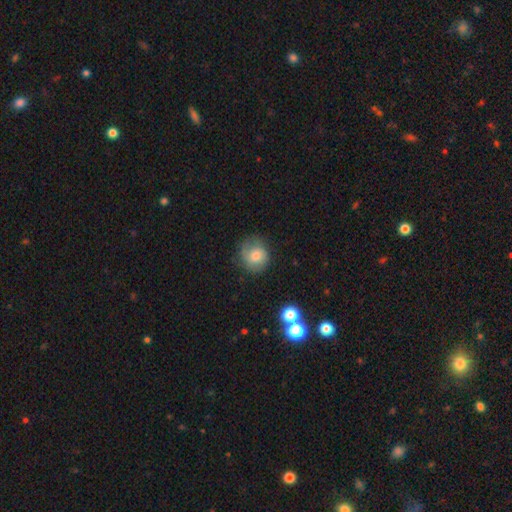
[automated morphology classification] Smooth or featured? smooth (69%)
How rounded? round (85%)
Merging? none (69%)